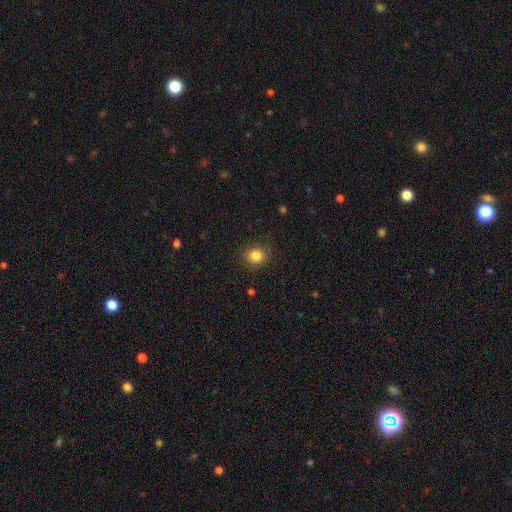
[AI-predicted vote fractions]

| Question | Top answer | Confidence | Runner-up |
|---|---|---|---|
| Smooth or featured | smooth | 84% | star or artifact (11%) |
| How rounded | round | 86% | in between (13%) |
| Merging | none | 84% | minor disturbance (12%) |